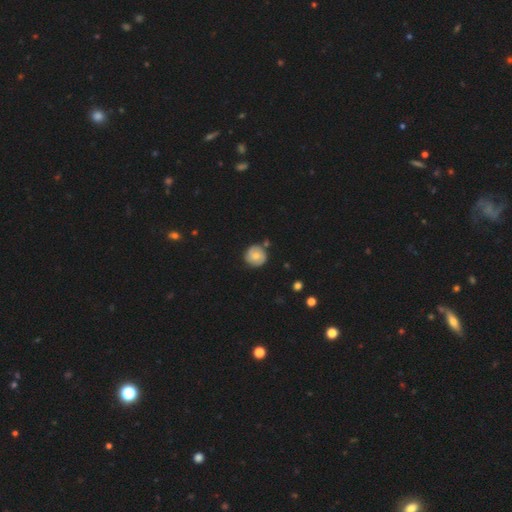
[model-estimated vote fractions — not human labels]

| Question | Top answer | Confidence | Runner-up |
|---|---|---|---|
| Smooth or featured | smooth | 52% | featured or disk (40%) |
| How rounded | round | 91% | in between (8%) |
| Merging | none | 78% | minor disturbance (14%) |